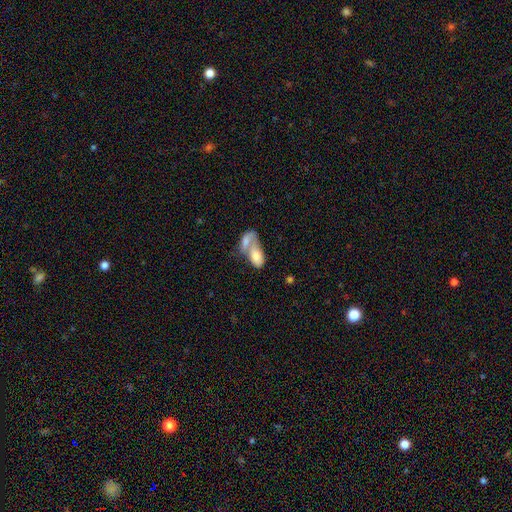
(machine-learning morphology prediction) The model was most divided on "smooth or featured": smooth: 74%, featured or disk: 19%, star or artifact: 6%. More confident: how rounded — in between (90%); merging — merger (75%).